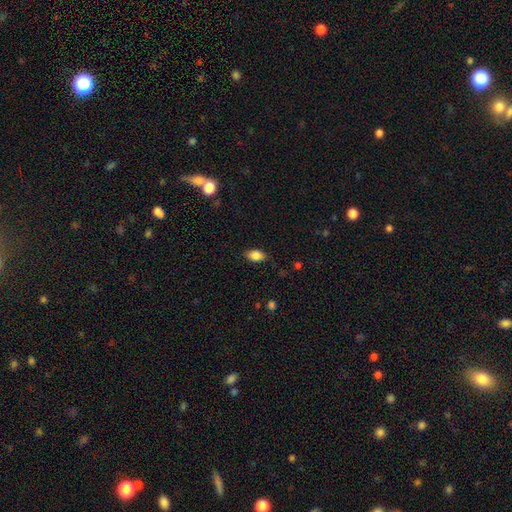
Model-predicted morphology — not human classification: smooth_or_featured: smooth (p=0.86) [alt: star or artifact p=0.08]
how_rounded: in between (p=0.90) [alt: round p=0.07]
merging: none (p=0.83) [alt: minor disturbance p=0.13]